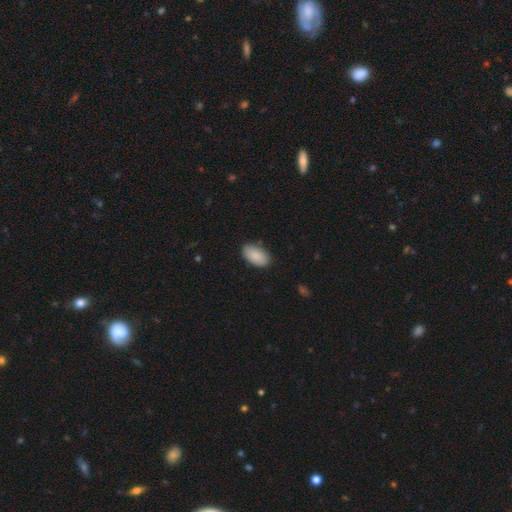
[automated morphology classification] Q: Smooth or featured?
A: smooth (89%); runner-up: star or artifact (6%)
Q: How rounded?
A: in between (95%); runner-up: round (4%)
Q: Merging?
A: none (83%); runner-up: minor disturbance (13%)